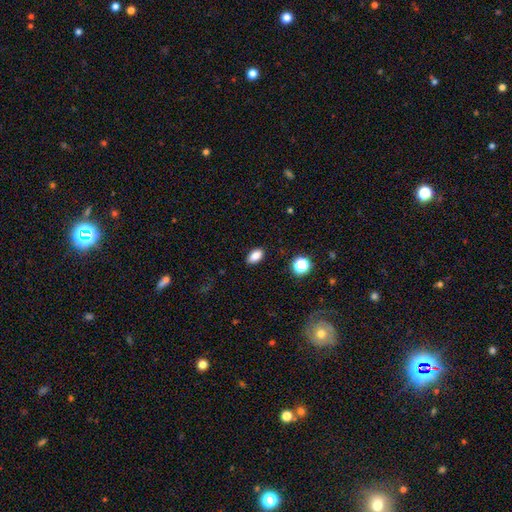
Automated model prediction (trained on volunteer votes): smooth-or-featured: smooth: 84% | star or artifact: 10% | featured or disk: 6%
  how-rounded: in between: 88% | round: 9% | cigar-shaped: 3%
  merging: none: 88% | minor disturbance: 8% | major disturbance: 2% | merger: 1%